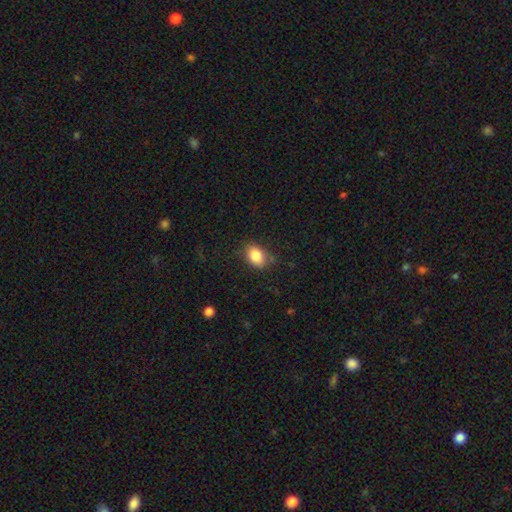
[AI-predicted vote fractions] smooth_or_featured: smooth (p=0.84) [alt: star or artifact p=0.09]
how_rounded: in between (p=0.77) [alt: round p=0.21]
merging: none (p=0.77) [alt: minor disturbance p=0.17]